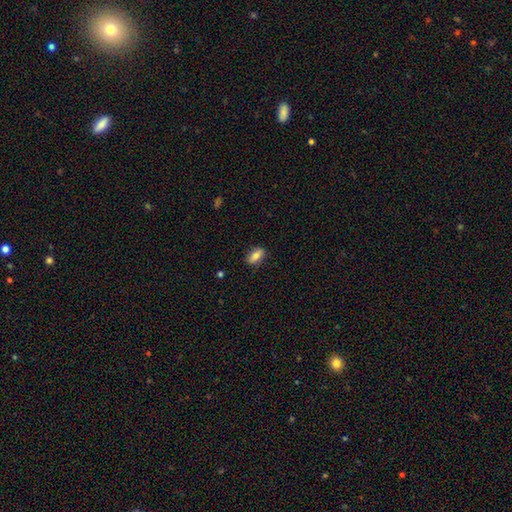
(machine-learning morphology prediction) This is likely a smooth galaxy (72%). How rounded: clearly in between (80%). Merging: clearly none (84%).